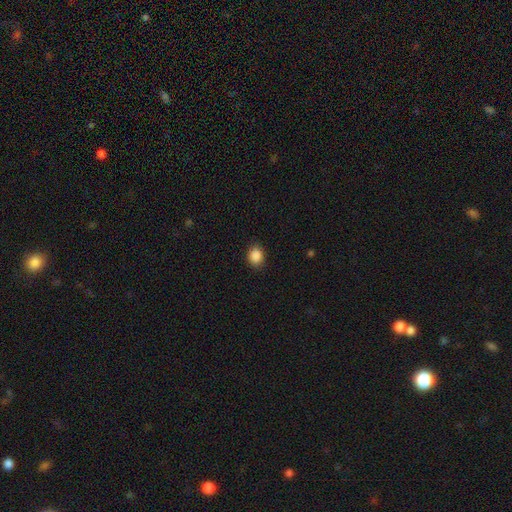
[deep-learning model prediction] smooth-or-featured: smooth: 88% | star or artifact: 9% | featured or disk: 3%
  how-rounded: round: 59% | in between: 40% | cigar-shaped: 1%
  merging: none: 87% | minor disturbance: 10% | major disturbance: 2% | merger: 1%